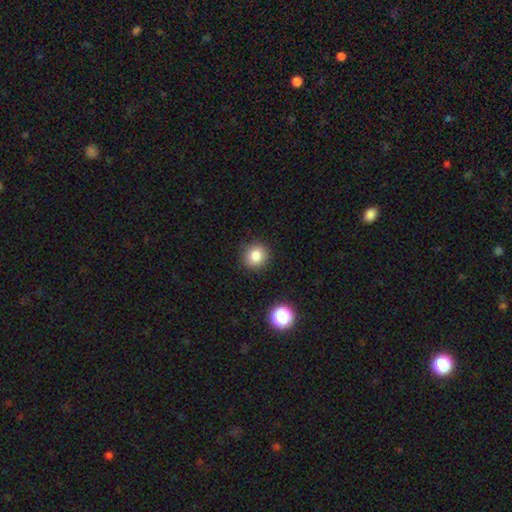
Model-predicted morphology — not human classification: smooth-or-featured: smooth: 83% | star or artifact: 12% | featured or disk: 6%
  how-rounded: round: 87% | in between: 12% | cigar-shaped: 1%
  merging: none: 89% | minor disturbance: 8% | major disturbance: 2% | merger: 1%